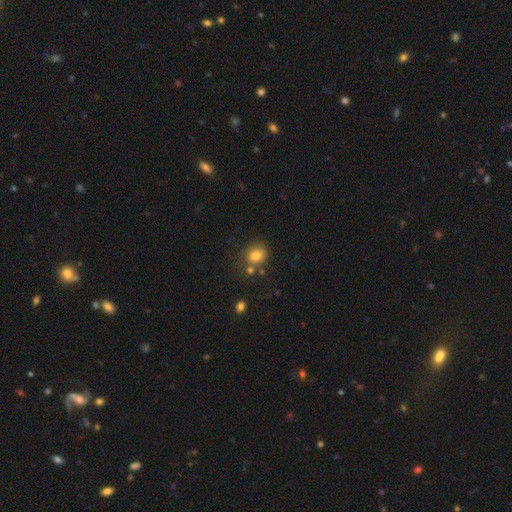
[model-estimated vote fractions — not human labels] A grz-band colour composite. It shows a smooth galaxy with no disk features (80%) that is round (69%). Merging: none (67%).